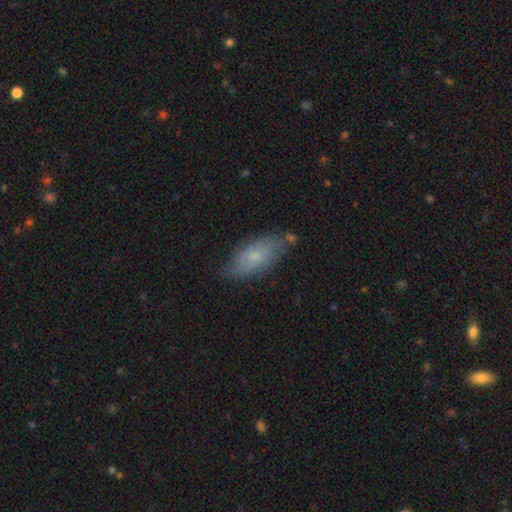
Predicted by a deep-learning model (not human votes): The model was most divided on "smooth or featured": smooth: 68%, featured or disk: 25%, star or artifact: 7%. More confident: how rounded — in between (87%); merging — none (67%).